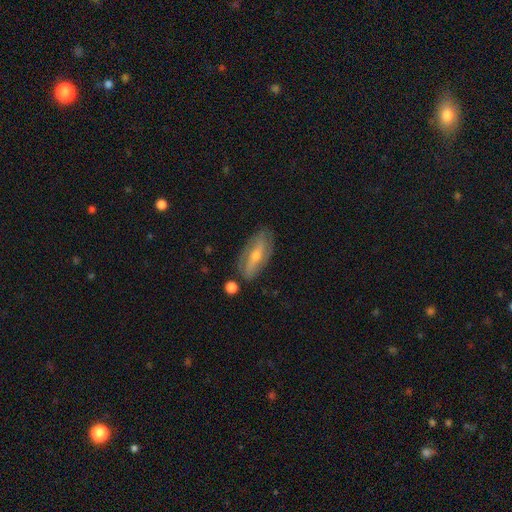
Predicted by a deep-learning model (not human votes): This appears to be a featured or disk galaxy (68%) with a strong bar (43%), spiral arms (72%) and a moderate central bulge (50%). Merging: none (78%).